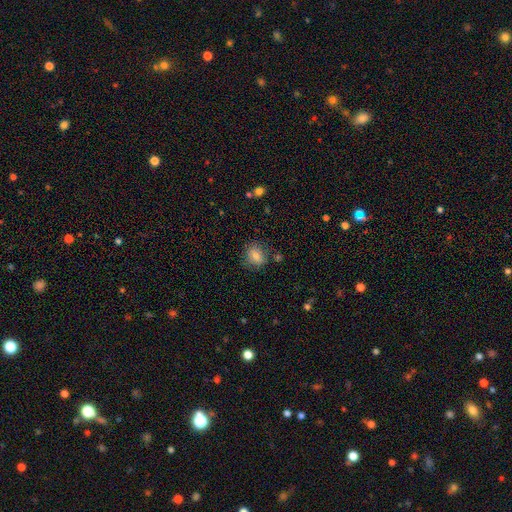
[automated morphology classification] smooth 76%, featured or disk 14%, star or artifact 10%. Down the decision tree: how rounded — round (56%); merging — none (75%).